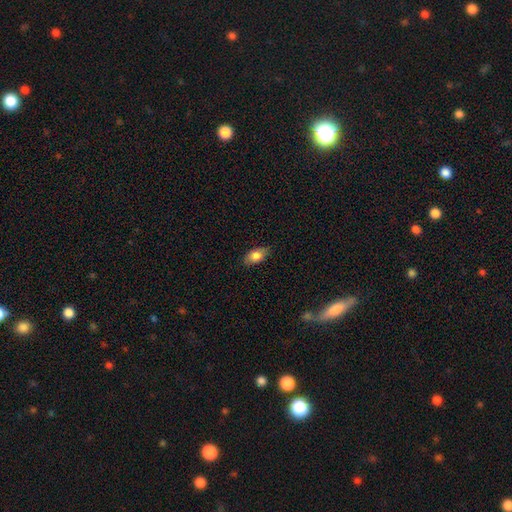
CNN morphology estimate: A smooth galaxy with no disk features (82%) that is in between round and cigar-shaped (88%). Merging: none (82%).